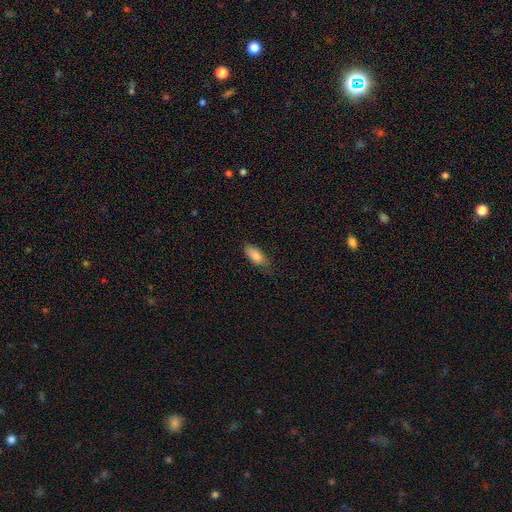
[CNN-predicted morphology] Q: Smooth or featured?
A: smooth (83%); runner-up: featured or disk (10%)
Q: How rounded?
A: in between (84%); runner-up: cigar-shaped (14%)
Q: Merging?
A: none (72%); runner-up: minor disturbance (23%)